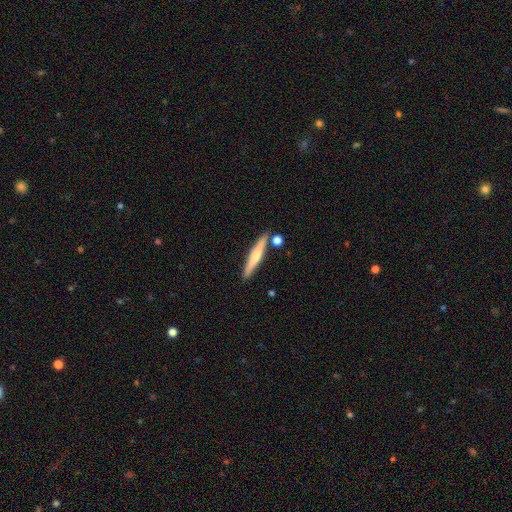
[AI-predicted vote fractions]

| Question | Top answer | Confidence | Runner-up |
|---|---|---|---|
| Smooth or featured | smooth | 53% | featured or disk (41%) |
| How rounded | cigar-shaped | 92% | in between (6%) |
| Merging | none | 81% | minor disturbance (10%) |